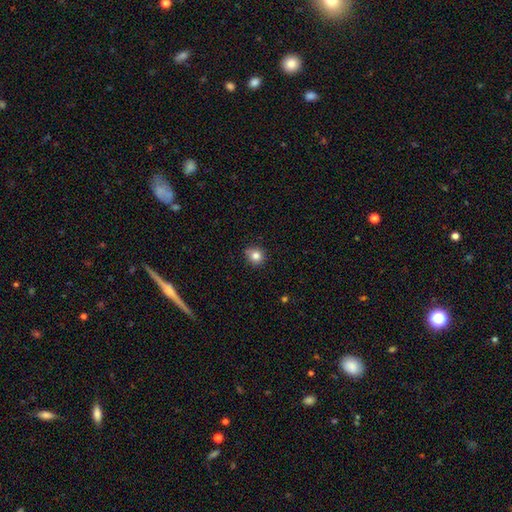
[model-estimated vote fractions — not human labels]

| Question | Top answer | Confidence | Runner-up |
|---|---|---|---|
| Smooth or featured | smooth | 82% | star or artifact (11%) |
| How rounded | round | 88% | in between (11%) |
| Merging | none | 76% | minor disturbance (18%) |